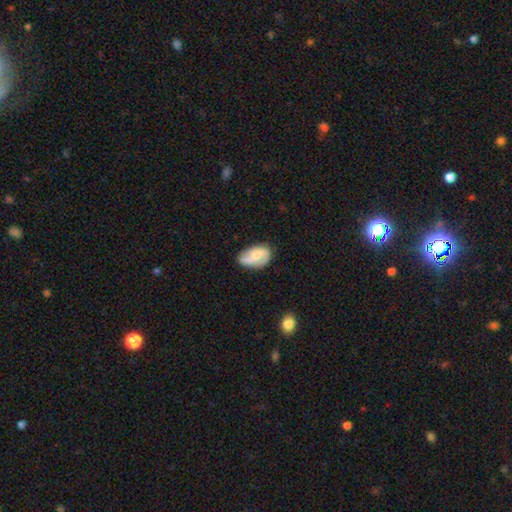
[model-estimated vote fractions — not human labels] Overall: featured or disk (57%; smooth 36%). Edge-on disk: no (97%). Bar: no (58%; weak 33%). Spiral arms: yes (88%). Bulge size: small (47%; moderate 34%). Merging: none (63%; minor disturbance 25%).